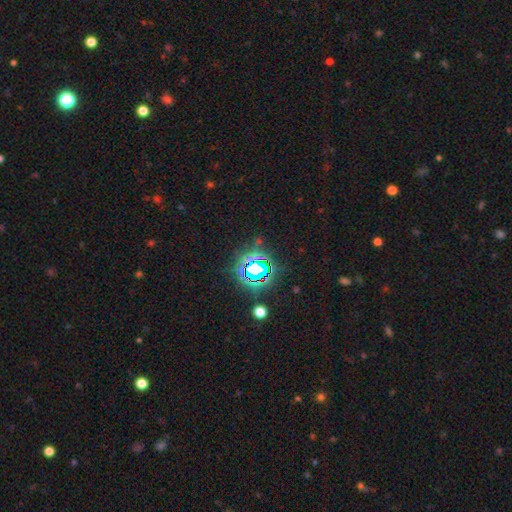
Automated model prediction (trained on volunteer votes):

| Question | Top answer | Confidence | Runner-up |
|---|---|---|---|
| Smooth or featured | star or artifact | 79% | smooth (13%) |